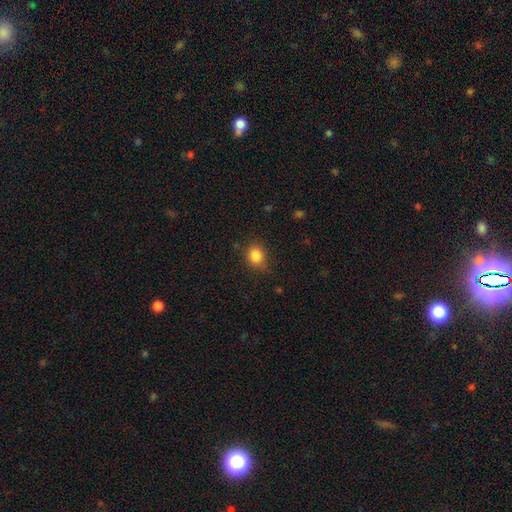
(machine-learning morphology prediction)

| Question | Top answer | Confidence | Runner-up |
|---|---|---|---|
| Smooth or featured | smooth | 84% | star or artifact (11%) |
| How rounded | round | 65% | in between (34%) |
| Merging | none | 76% | minor disturbance (18%) |